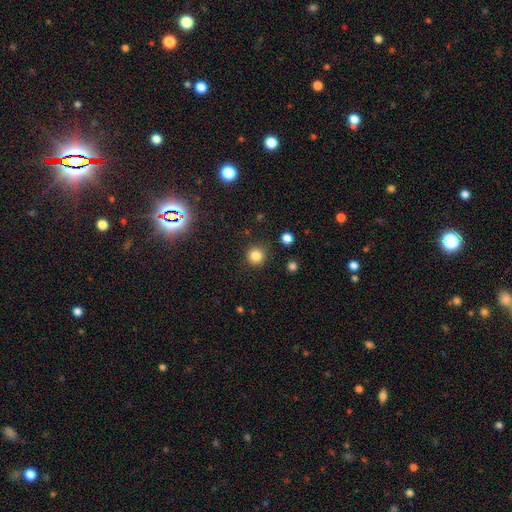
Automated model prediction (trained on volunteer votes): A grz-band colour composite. It shows a smooth galaxy with no disk features (83%) that is round (94%). Merging: none (89%).